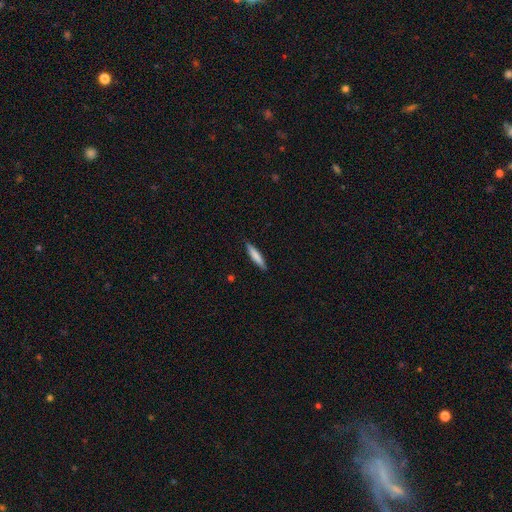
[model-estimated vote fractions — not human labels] A smooth galaxy with no disk features (79%) that is cigar-shaped (88%). Merging: none (88%).